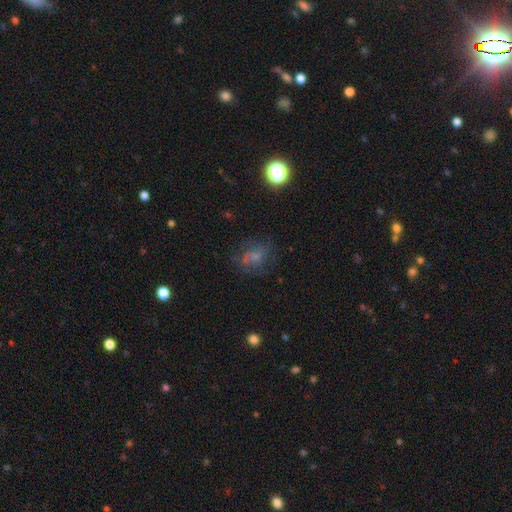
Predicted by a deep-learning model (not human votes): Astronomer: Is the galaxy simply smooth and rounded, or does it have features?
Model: smooth — 40% (runner-up: featured or disk, 34%).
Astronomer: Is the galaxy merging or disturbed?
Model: none — 64%.